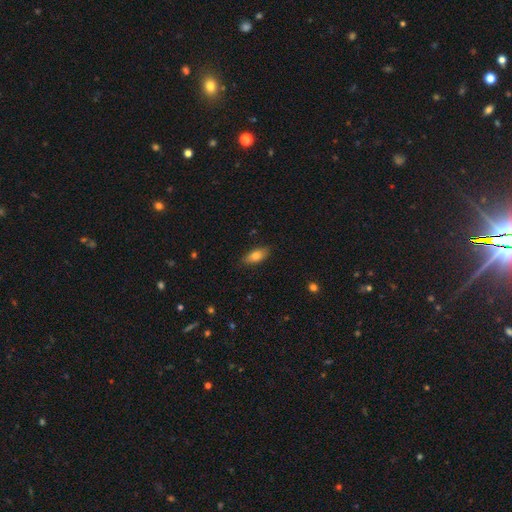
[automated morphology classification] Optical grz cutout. It shows a smooth galaxy with no disk features (79%) that is in between round and cigar-shaped (82%). Merging: none (84%).